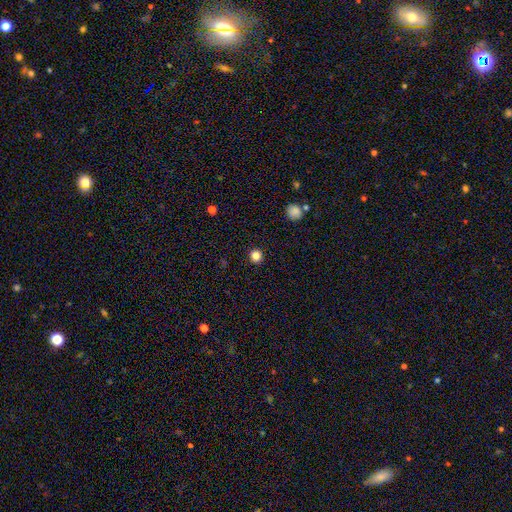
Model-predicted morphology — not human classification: smooth 84%, star or artifact 13%, featured or disk 4%. Down the decision tree: how rounded — round (94%); merging — none (93%).